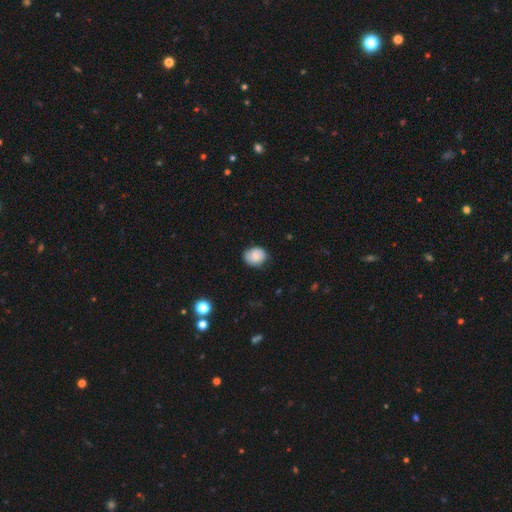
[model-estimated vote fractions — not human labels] smooth 79%, featured or disk 13%, star or artifact 8%. Down the decision tree: how rounded — round (60%); merging — none (73%).